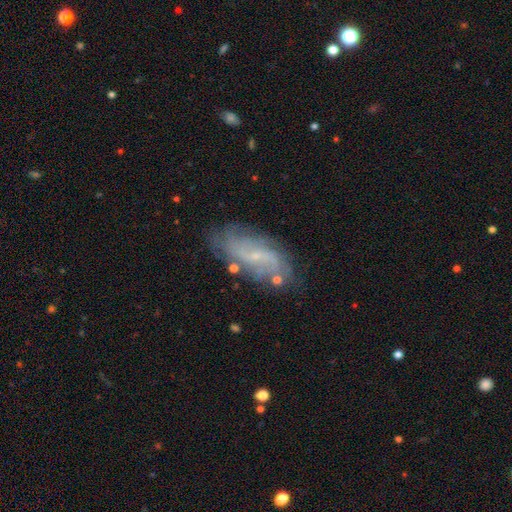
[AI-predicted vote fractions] This appears to be a featured or disk galaxy (69%) with a weak bar (47%), 2 (43%) loose (42%) spiral arms (83%) and a small central bulge (74%). Merging: none (70%).